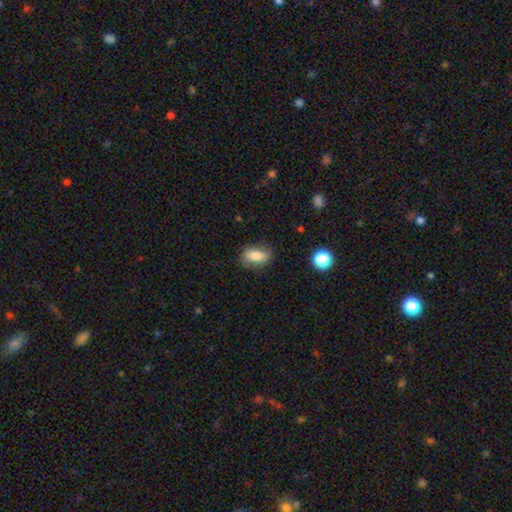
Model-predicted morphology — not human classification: Smooth or featured?
  - smooth: 74% *
  - featured or disk: 17%
  - star or artifact: 8%
How rounded?
  - in between: 84% *
  - round: 9%
  - cigar-shaped: 7%
Merging?
  - none: 76% *
  - minor disturbance: 18%
  - major disturbance: 5%
  - merger: 1%